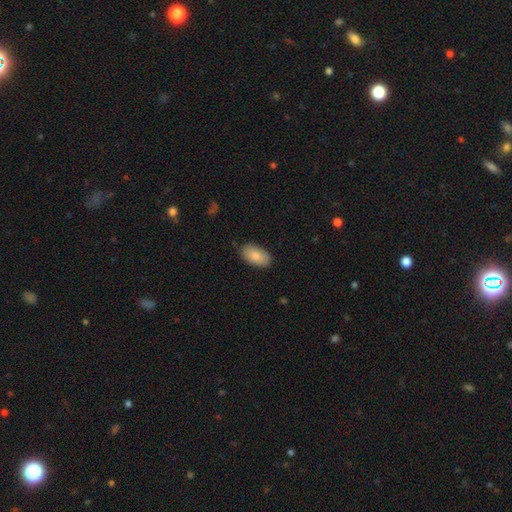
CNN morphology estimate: This is clearly a smooth galaxy (84%). How rounded: clearly in between (95%). Merging: clearly none (82%).